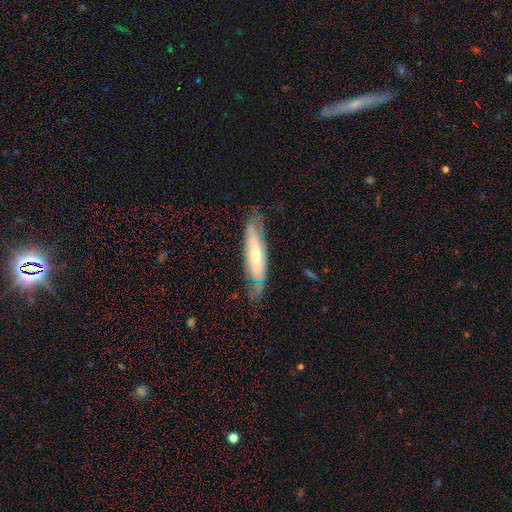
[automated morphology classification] Smooth or featured? featured or disk (61%)
Edge-on disk? no (55%)
Merging? none (63%)